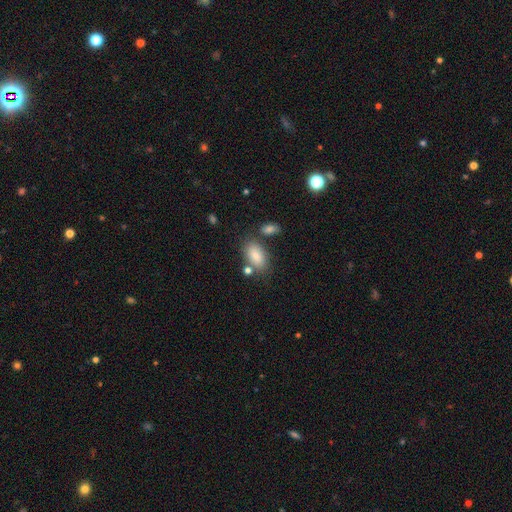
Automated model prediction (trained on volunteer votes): Smooth or featured? Predicted: smooth (p=0.86). How rounded? Predicted: in between (p=0.92). Merging? Predicted: none (p=0.69).